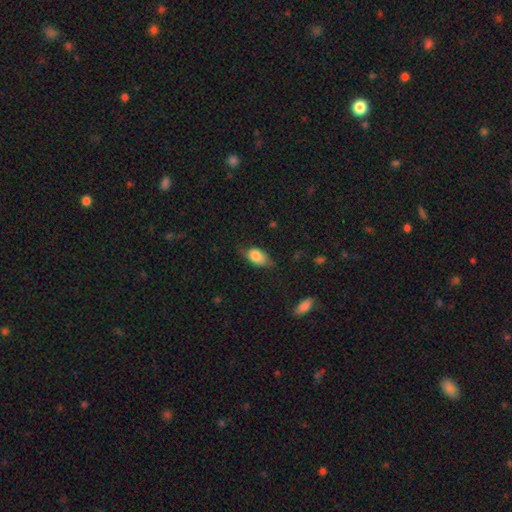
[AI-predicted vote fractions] The model was most divided on "merging": none: 56%, minor disturbance: 32%, major disturbance: 10%, merger: 2%. More confident: how rounded — in between (89%); smooth or featured — smooth (81%).